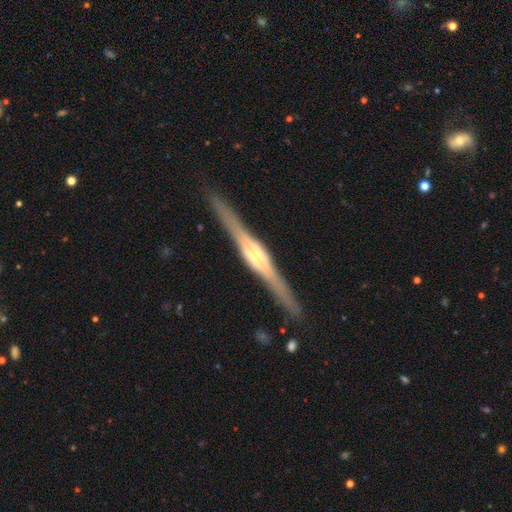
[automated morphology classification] This is clearly a featured or disk galaxy (85%). It is clearly viewed edge-on (98%). Edge-on bulge: likely rounded (73%). Merging: clearly none (88%).